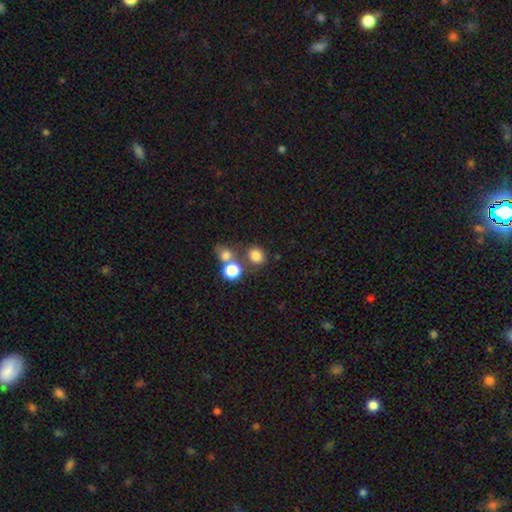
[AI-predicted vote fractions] Smooth or featured: smooth — 80% (star or artifact — 14%)
How rounded: round — 72% (in between — 27%)
Merging: none — 65% (merger — 20%)